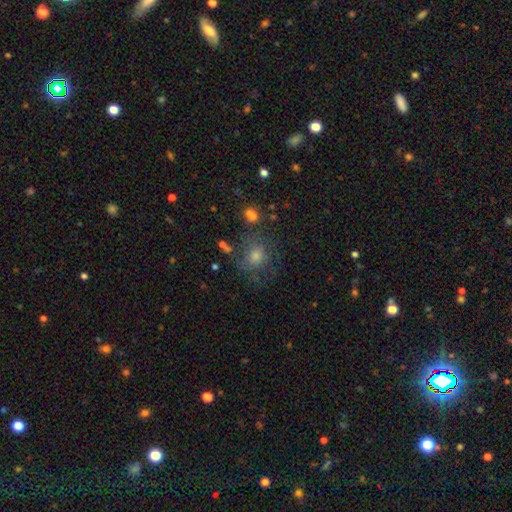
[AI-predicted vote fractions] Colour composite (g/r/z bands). It shows a smooth galaxy with no disk features (50%). Merging: none (67%).